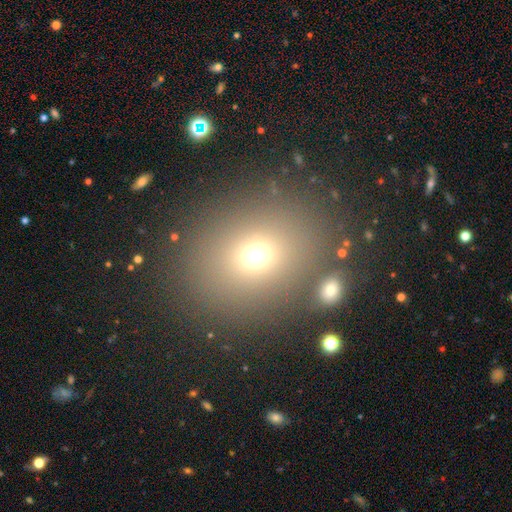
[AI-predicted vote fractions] Q: Smooth or featured?
A: smooth (67%); runner-up: star or artifact (22%)
Q: How rounded?
A: round (66%); runner-up: in between (33%)
Q: Merging?
A: none (81%); runner-up: minor disturbance (8%)